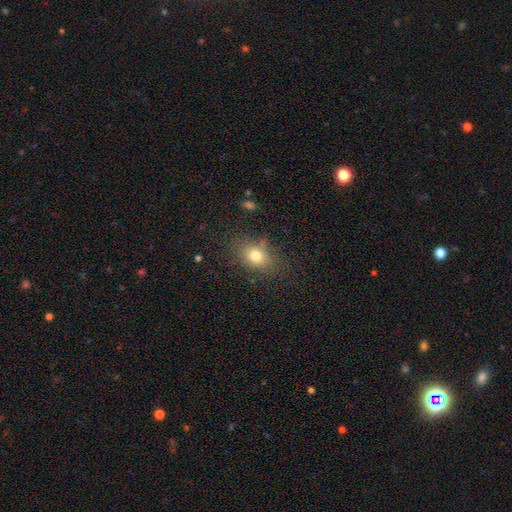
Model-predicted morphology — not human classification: A smooth galaxy with no disk features (77%) that is in between round and cigar-shaped (65%).

Vote fractions:
- Smooth or featured? smooth: 77% / star or artifact: 12% / featured or disk: 11%
- How rounded? in between: 65% / round: 33% / cigar-shaped: 2%
- Merging? none: 77% / minor disturbance: 15% / major disturbance: 6% / merger: 3%